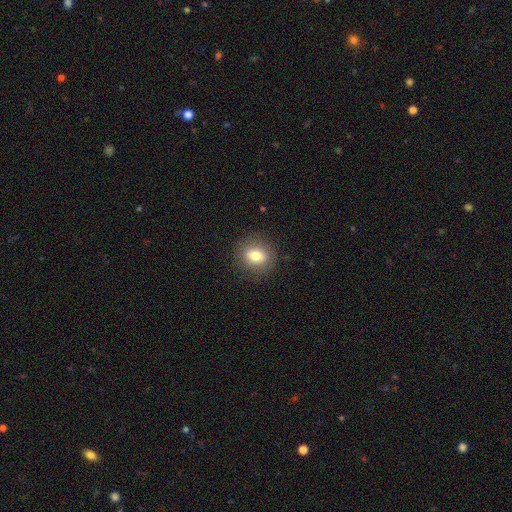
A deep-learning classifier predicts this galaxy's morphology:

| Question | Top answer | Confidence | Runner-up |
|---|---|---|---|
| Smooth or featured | smooth | 77% | featured or disk (14%) |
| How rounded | round | 63% | in between (36%) |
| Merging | none | 87% | minor disturbance (9%) |